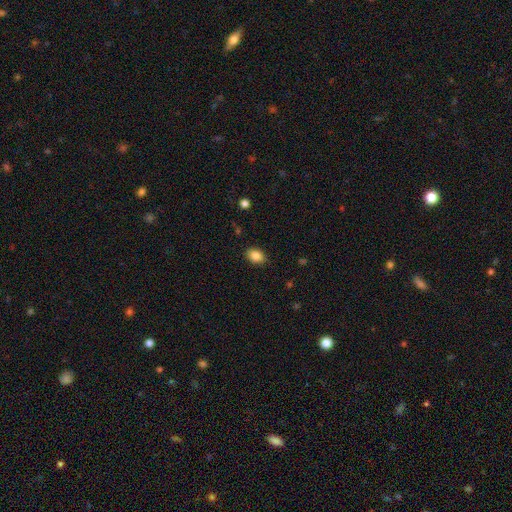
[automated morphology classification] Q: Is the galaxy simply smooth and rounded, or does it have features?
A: smooth — 86%.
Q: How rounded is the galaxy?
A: in between — 76%.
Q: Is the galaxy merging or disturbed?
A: none — 87%.